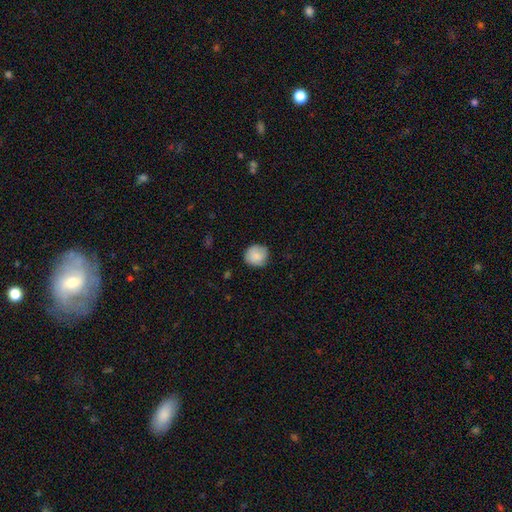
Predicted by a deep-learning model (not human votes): Smooth or featured? smooth (84%)
How rounded? round (89%)
Merging? none (82%)